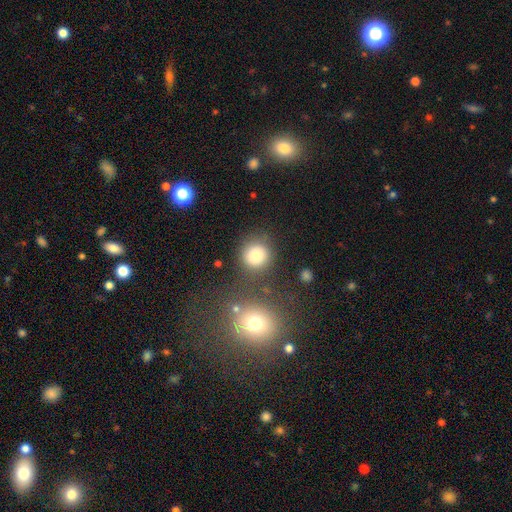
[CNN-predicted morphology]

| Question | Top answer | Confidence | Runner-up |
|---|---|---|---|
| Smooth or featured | smooth | 80% | star or artifact (12%) |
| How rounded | round | 90% | in between (9%) |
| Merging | none | 78% | minor disturbance (10%) |